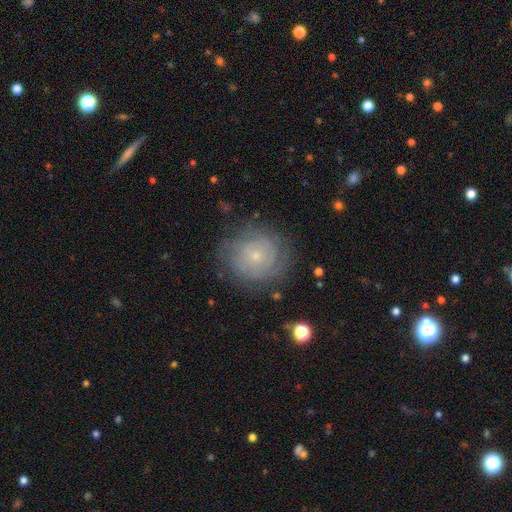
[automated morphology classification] Smooth or featured? featured or disk (67%)
Edge-on disk? no (98%)
Bar? no (81%)
Spiral arms? yes (88%)
Spiral winding? tight (76%)
Spiral arm count? can't tell (49%)
Bulge size? small (75%)
Merging? none (76%)